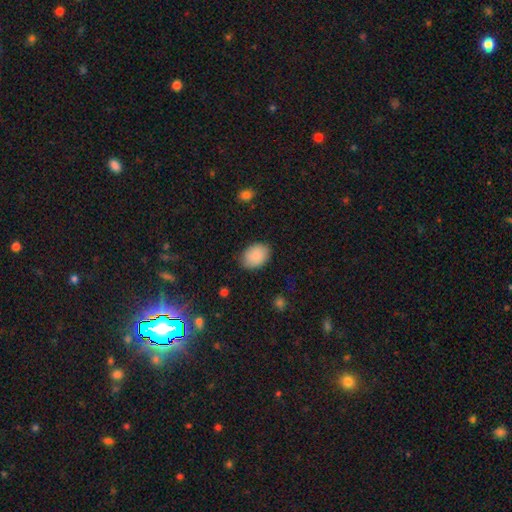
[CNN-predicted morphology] Smooth or featured? smooth (87%)
How rounded? in between (78%)
Merging? none (82%)